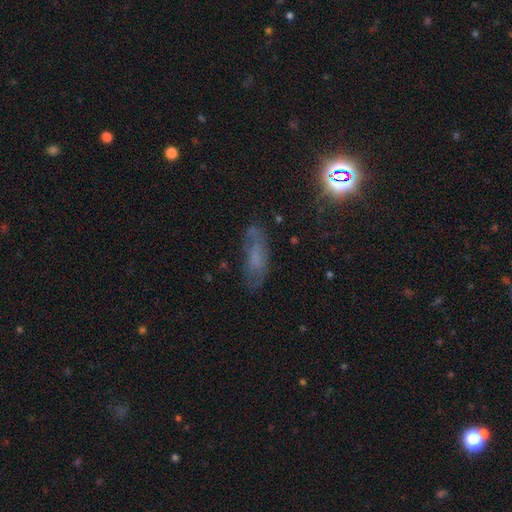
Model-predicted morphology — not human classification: smooth-or-featured: smooth: 39% | featured or disk: 37% | star or artifact: 24%
  merging: none: 63% | minor disturbance: 23% | major disturbance: 12% | merger: 3%